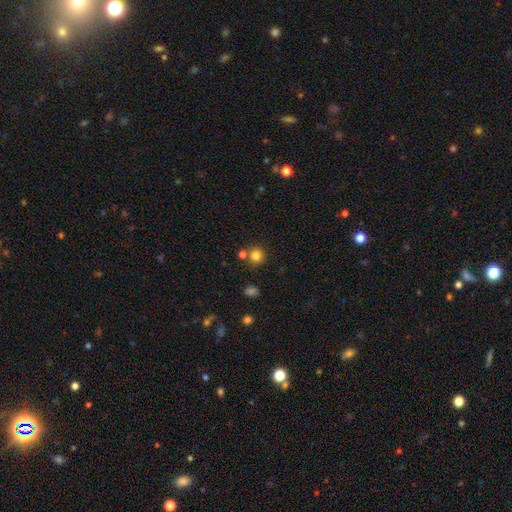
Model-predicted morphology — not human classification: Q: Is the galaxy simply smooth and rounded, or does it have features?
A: smooth — 81%.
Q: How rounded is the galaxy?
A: round — 92%.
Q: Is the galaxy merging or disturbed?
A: none — 76%.